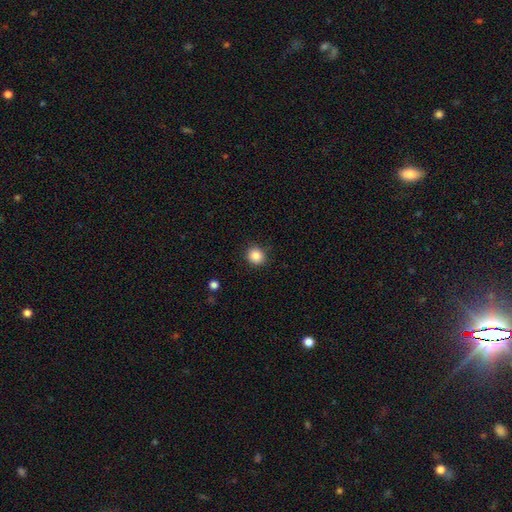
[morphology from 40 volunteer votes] Smooth or featured? 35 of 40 (88%) said smooth. How rounded? 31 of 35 (89%) said round. Merging? 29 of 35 (83%) said none.